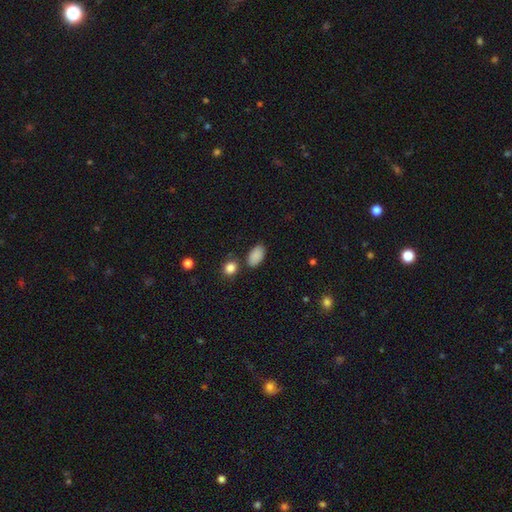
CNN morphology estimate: Smooth or featured: smooth — 89% (star or artifact — 8%)
How rounded: in between — 93% (round — 5%)
Merging: none — 80% (minor disturbance — 12%)